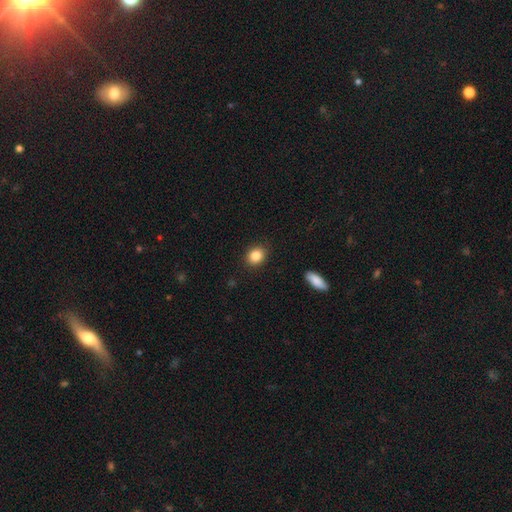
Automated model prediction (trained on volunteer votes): smooth_or_featured: smooth (p=0.86) [alt: star or artifact p=0.09]
how_rounded: round (p=0.61) [alt: in between p=0.38]
merging: none (p=0.90) [alt: minor disturbance p=0.07]